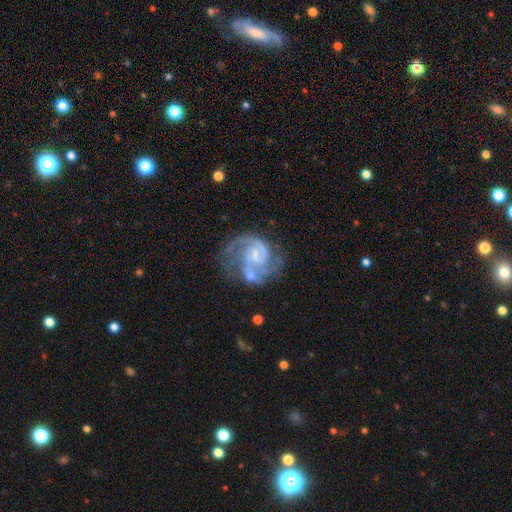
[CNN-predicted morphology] featured or disk 88%, smooth 7%, star or artifact 6%. Down the decision tree: edge-on disk — no (98%); bar — weak (48%); spiral arms — yes (96%); spiral arm count — 2 (56%); spiral winding — medium (47%); bulge size — small (47%); merging — none (49%).